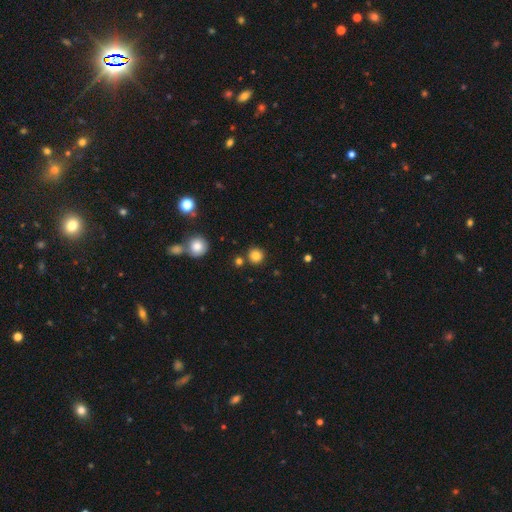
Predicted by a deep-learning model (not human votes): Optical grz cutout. It shows a smooth galaxy with no disk features (82%) that is round (94%). Merging: none (85%).